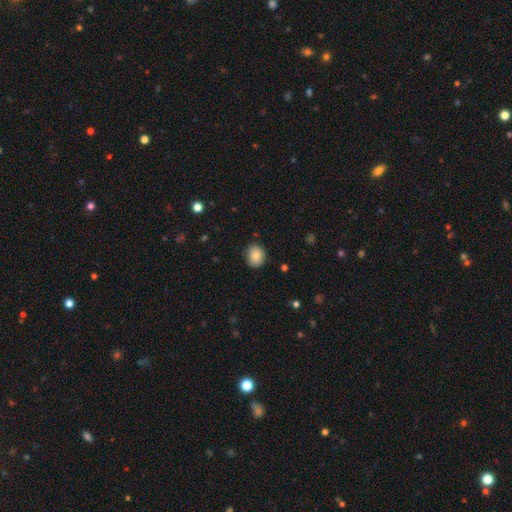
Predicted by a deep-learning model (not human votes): smooth 84%, star or artifact 8%, featured or disk 7%. Down the decision tree: how rounded — round (75%); merging — none (85%).